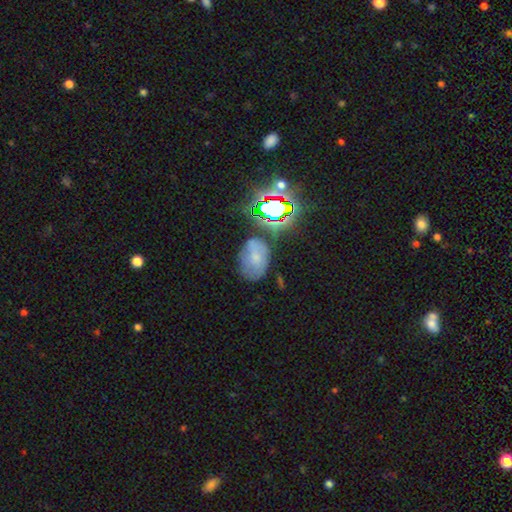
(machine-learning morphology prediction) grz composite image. It shows a smooth galaxy with no disk features (51%) that is in between round and cigar-shaped (78%). Merging: none (56%).